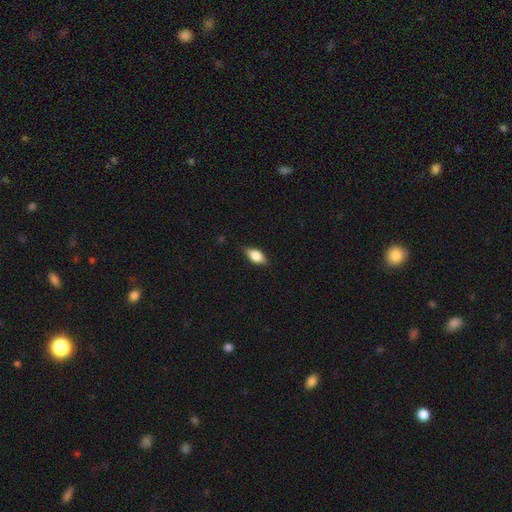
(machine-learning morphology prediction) A smooth galaxy with no disk features (74%) that is in between round and cigar-shaped (85%). Merging: none (82%).